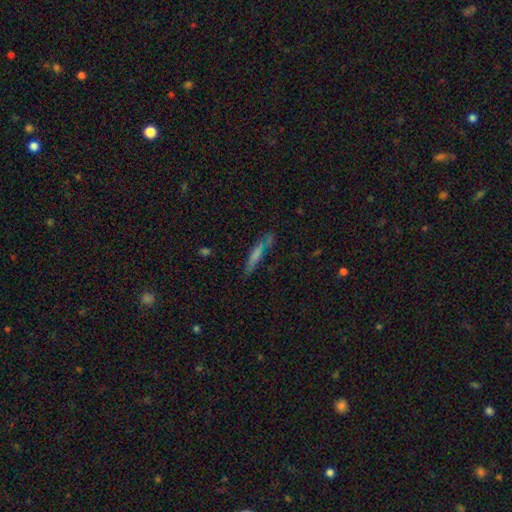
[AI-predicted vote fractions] Smooth or featured: smooth — 55% (featured or disk — 33%)
How rounded: cigar-shaped — 89% (in between — 9%)
Merging: none — 70% (minor disturbance — 17%)